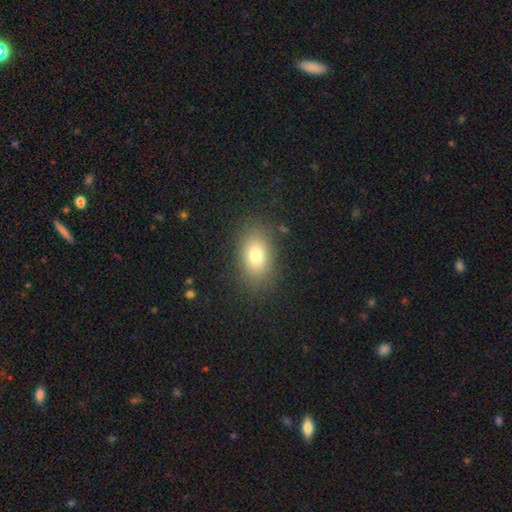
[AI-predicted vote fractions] Smooth or featured?
  - smooth: 77% *
  - featured or disk: 13%
  - star or artifact: 10%
How rounded?
  - in between: 85% *
  - round: 13%
  - cigar-shaped: 2%
Merging?
  - none: 85% *
  - minor disturbance: 10%
  - major disturbance: 4%
  - merger: 1%